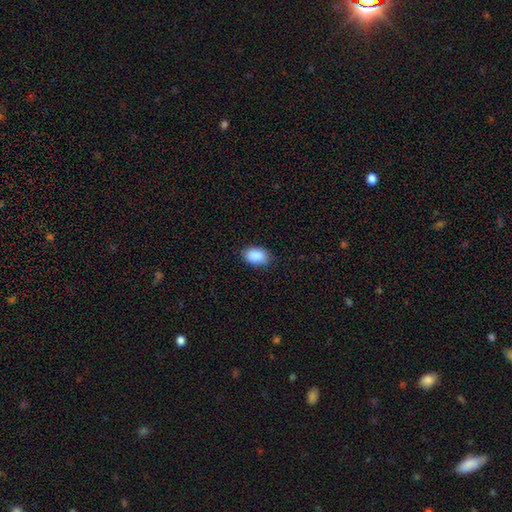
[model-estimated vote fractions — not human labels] This is clearly a smooth galaxy (90%). How rounded: clearly in between (88%). Merging: clearly none (83%).